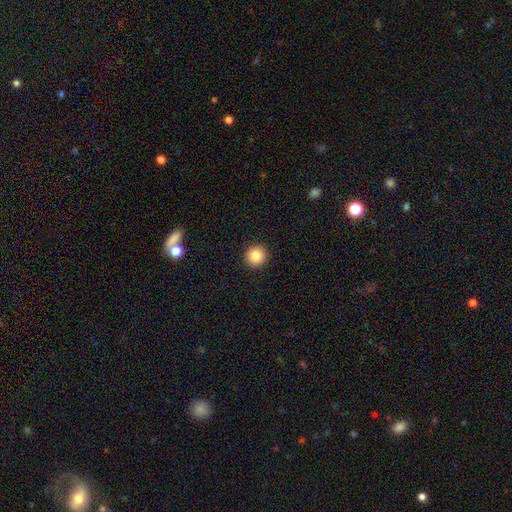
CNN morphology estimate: Smooth or featured?
  - smooth: 85% *
  - star or artifact: 10%
  - featured or disk: 5%
How rounded?
  - round: 95% *
  - in between: 4%
  - cigar-shaped: 1%
Merging?
  - none: 93% *
  - minor disturbance: 5%
  - major disturbance: 2%
  - merger: 1%